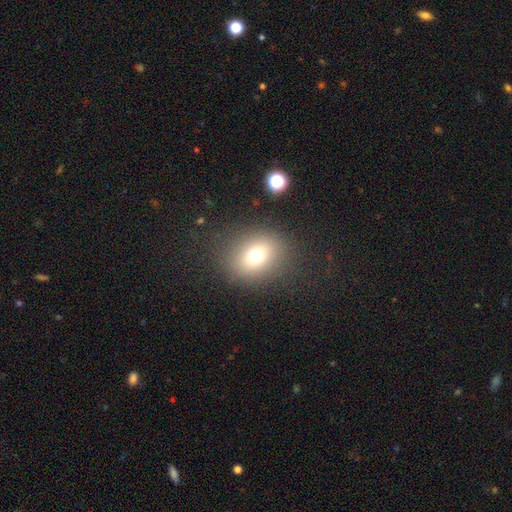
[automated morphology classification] This is likely a smooth galaxy (70%). How rounded: likely round (60%). Merging: clearly none (82%).